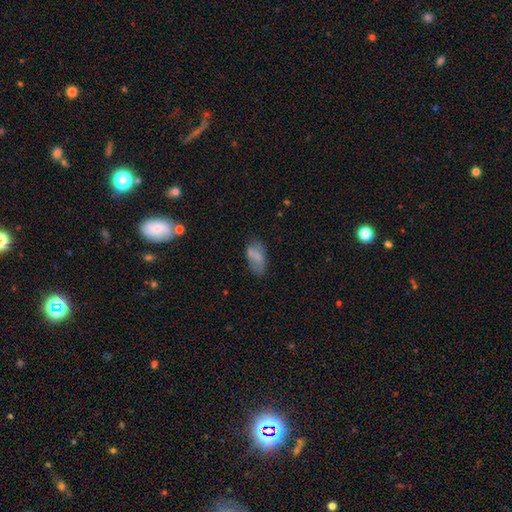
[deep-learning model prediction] A smooth galaxy with no disk features (70%) that is in between round and cigar-shaped (92%). Merging: none (55%).